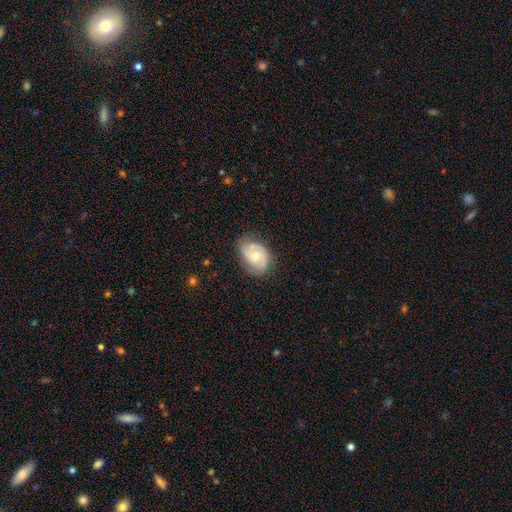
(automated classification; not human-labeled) Smooth or featured: featured or disk — 64% (smooth — 29%)
Edge-on disk: no — 96% (yes — 4%)
Bar: no — 75% (weak — 21%)
Spiral arms: yes — 84% (no — 16%)
Spiral winding: tight — 47% (medium — 39%)
Spiral arm count: 2 — 58% (can't tell — 21%)
Bulge size: moderate — 63% (small — 32%)
Merging: none — 66% (minor disturbance — 25%)